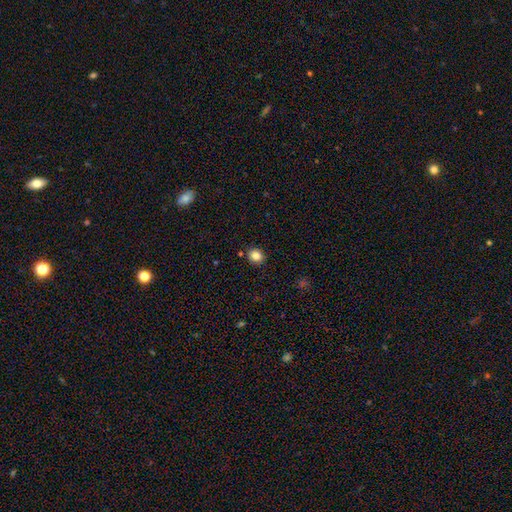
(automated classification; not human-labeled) Morphology: type=smooth (84%); roundness=round (76%); merging=none (88%).